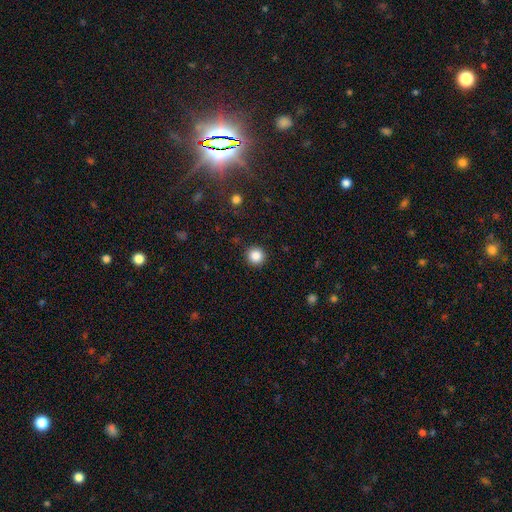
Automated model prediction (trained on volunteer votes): The model was most divided on "smooth or featured": smooth: 86%, star or artifact: 10%, featured or disk: 4%. More confident: how rounded — round (95%); merging — none (92%).